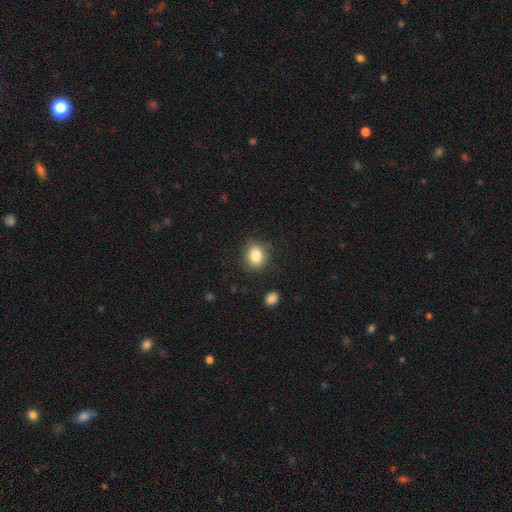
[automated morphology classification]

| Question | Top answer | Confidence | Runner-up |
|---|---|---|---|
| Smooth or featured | smooth | 84% | star or artifact (10%) |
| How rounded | round | 58% | in between (41%) |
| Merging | none | 85% | minor disturbance (10%) |